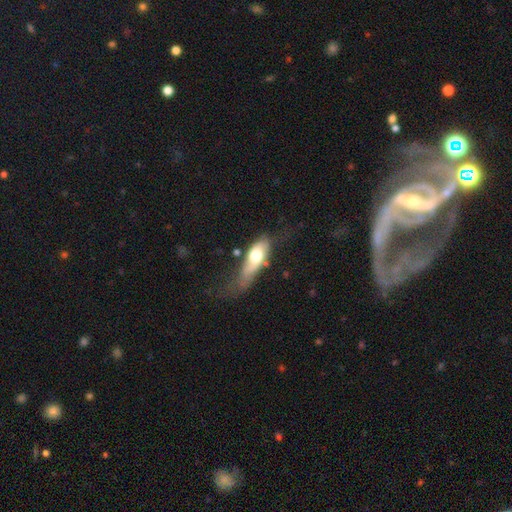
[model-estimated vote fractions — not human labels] Smooth or featured? Predicted: smooth (p=0.62). How rounded? Predicted: in between (p=0.71). Merging? Predicted: major disturbance (p=0.34).